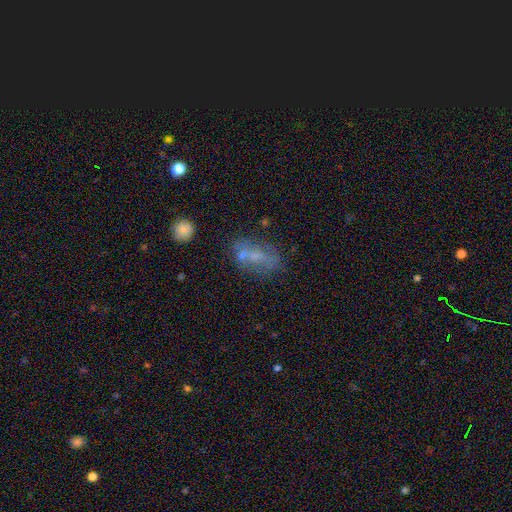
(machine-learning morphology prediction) The model was most divided on "smooth or featured": smooth: 46%, featured or disk: 38%, star or artifact: 16%. Remaining: merging — none (49%).